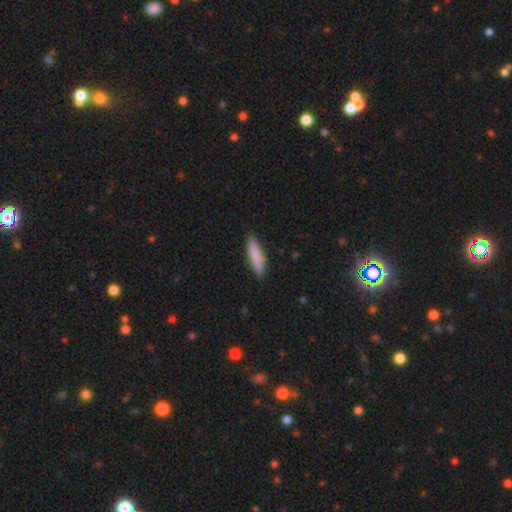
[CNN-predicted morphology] A smooth galaxy with no disk features (85%) that is cigar-shaped (71%).

Vote fractions:
- Smooth or featured? smooth: 85% / featured or disk: 9% / star or artifact: 6%
- How rounded? cigar-shaped: 71% / in between: 28% / round: 1%
- Merging? none: 88% / minor disturbance: 9% / major disturbance: 2% / merger: 1%